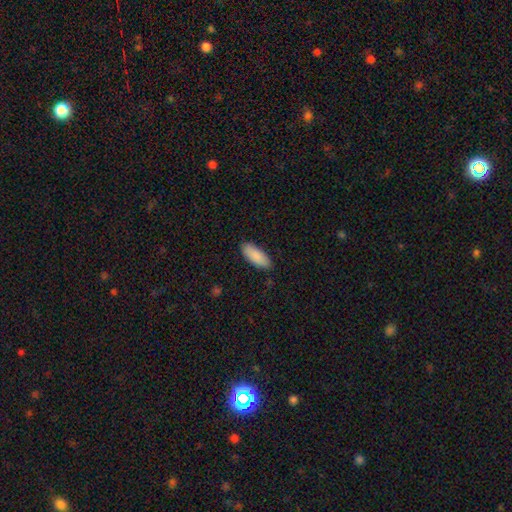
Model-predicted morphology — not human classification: smooth_or_featured: smooth (p=0.90) [alt: star or artifact p=0.05]
how_rounded: in between (p=0.77) [alt: cigar-shaped p=0.21]
merging: none (p=0.88) [alt: minor disturbance p=0.09]